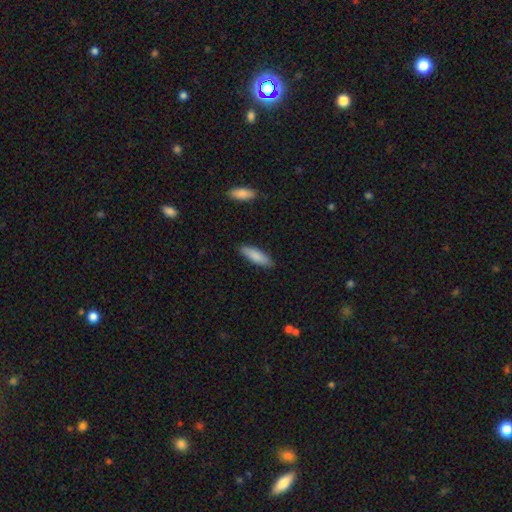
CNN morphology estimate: This appears to be a smooth galaxy with no disk features (84%) that is cigar-shaped (51%). Merging: none (87%).